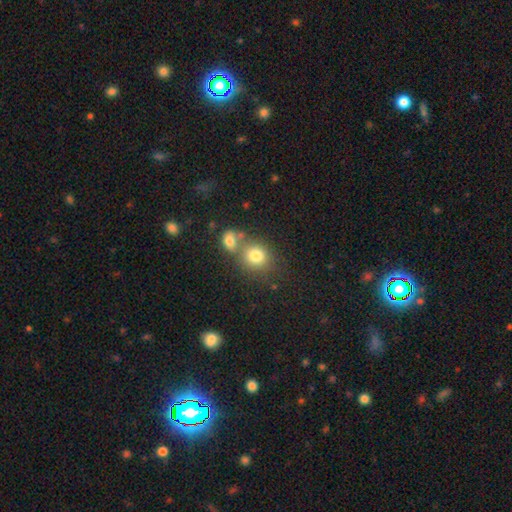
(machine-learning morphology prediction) Smooth or featured? smooth (79%)
How rounded? round (76%)
Merging? none (49%)